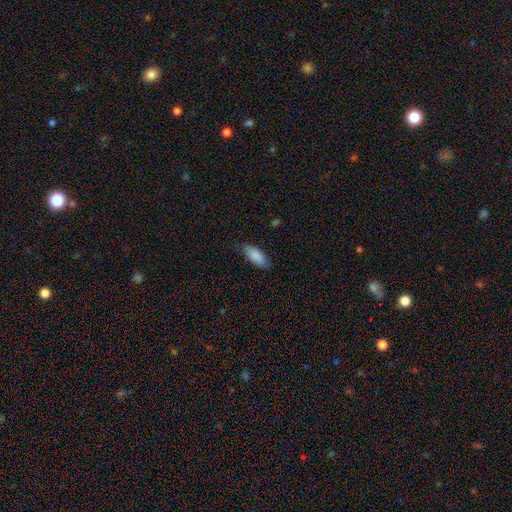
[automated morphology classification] A smooth galaxy with no disk features (88%) that is in between round and cigar-shaped (83%). Merging: none (79%).